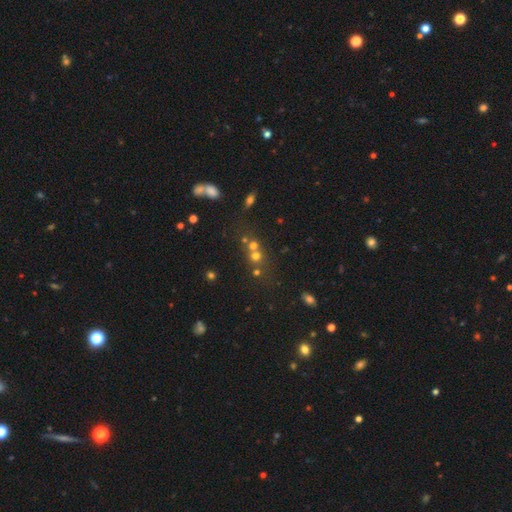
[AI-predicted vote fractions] Q: Smooth or featured?
A: smooth (59%); runner-up: star or artifact (26%)
Q: How rounded?
A: round (83%); runner-up: in between (15%)
Q: Merging?
A: merger (45%); runner-up: none (44%)